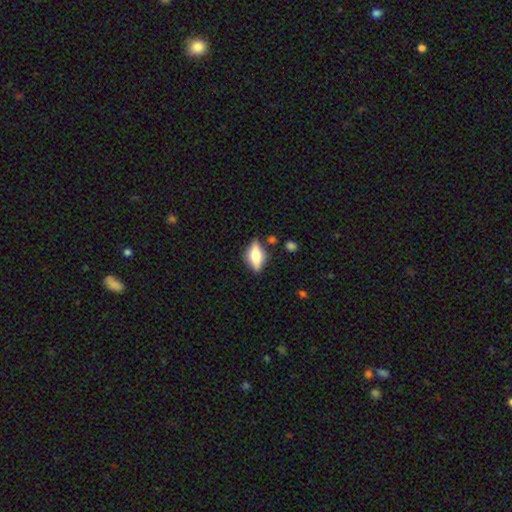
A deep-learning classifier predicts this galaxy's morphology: smooth 46% (tied), featured or disk 46% (tied), star or artifact 8%. Down the decision tree: merging — none (77%).